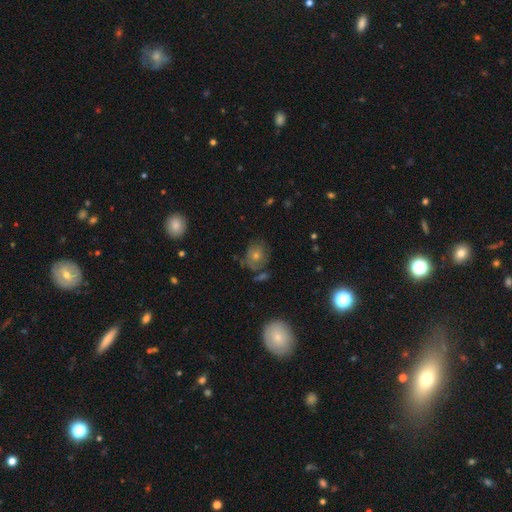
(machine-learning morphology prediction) Smooth or featured? smooth (44%)
Merging? none (72%)